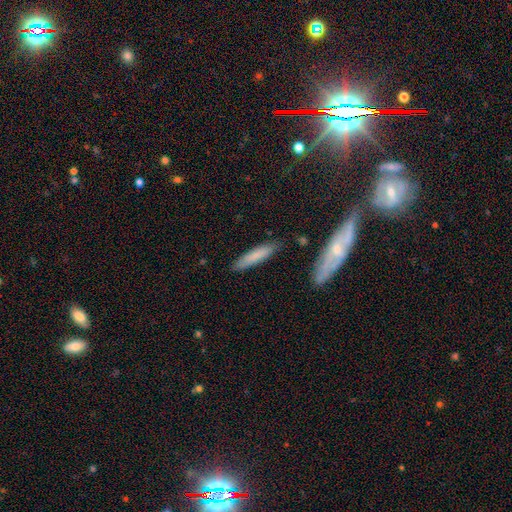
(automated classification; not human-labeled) A smooth galaxy with no disk features (76%) that is cigar-shaped (84%). Merging: none (83%).